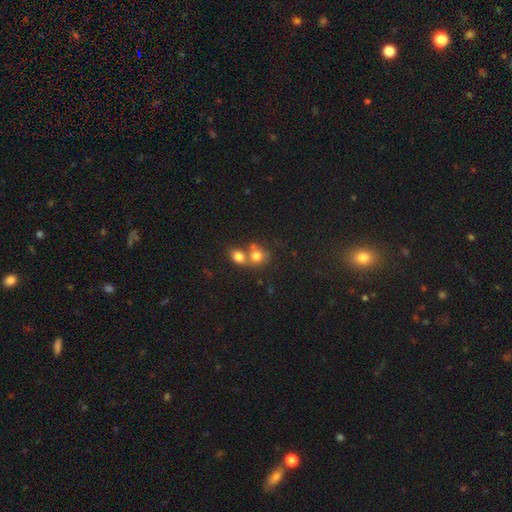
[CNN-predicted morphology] The model was most divided on "how rounded": round: 63%, in between: 36%, cigar-shaped: 1%. More confident: smooth or featured — smooth (76%); merging — merger (61%).